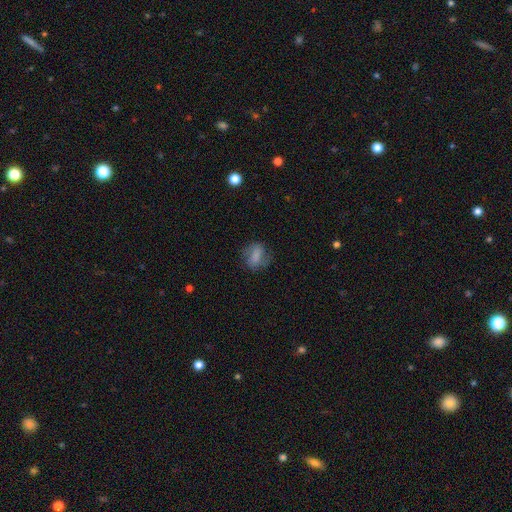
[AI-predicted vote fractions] Overall: smooth (69%). How rounded: in between (64%; round 33%). Merging: none (64%).